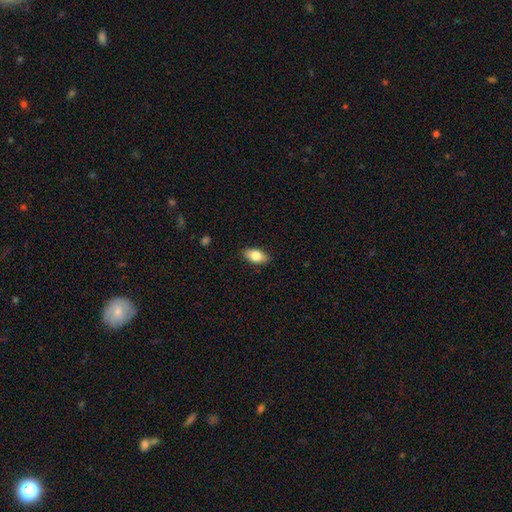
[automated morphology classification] type=smooth (79%); roundness=in between (90%); merging=none (87%).